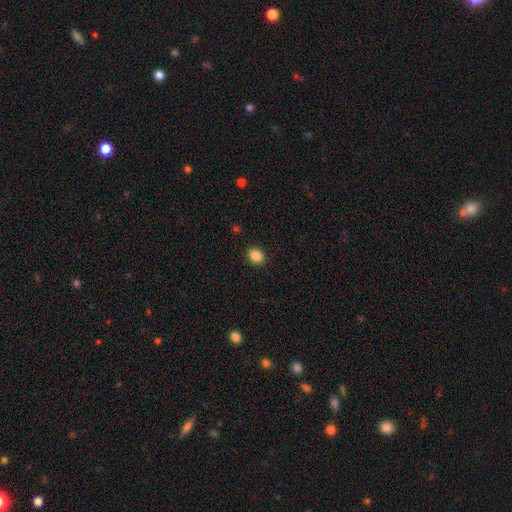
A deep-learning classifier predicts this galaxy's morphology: Smooth or featured? smooth (87%)
How rounded? in between (53%)
Merging? none (90%)